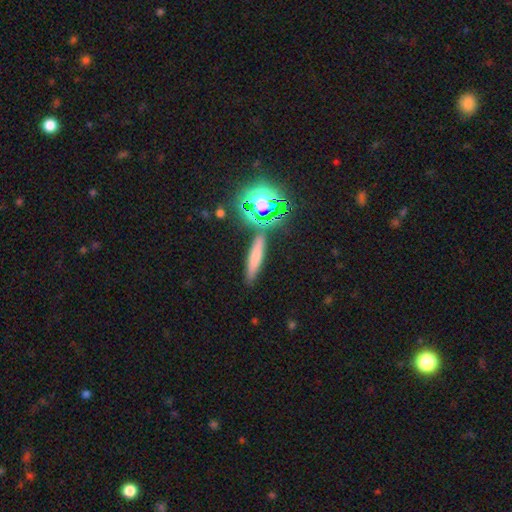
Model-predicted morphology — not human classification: A smooth galaxy with no disk features (63%) that is cigar-shaped (81%).

Vote fractions:
- Smooth or featured? smooth: 63% / star or artifact: 21% / featured or disk: 16%
- How rounded? cigar-shaped: 81% / in between: 12% / round: 7%
- Merging? none: 84% / minor disturbance: 8% / merger: 5% / major disturbance: 3%